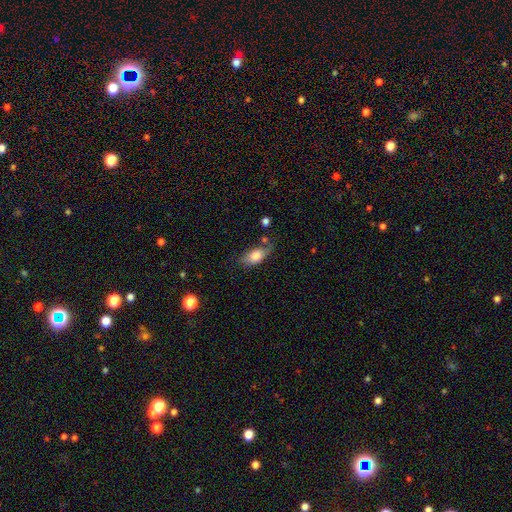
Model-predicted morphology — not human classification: Smooth or featured: smooth — 79% (featured or disk — 14%)
How rounded: in between — 89% (round — 6%)
Merging: none — 52% (minor disturbance — 29%)